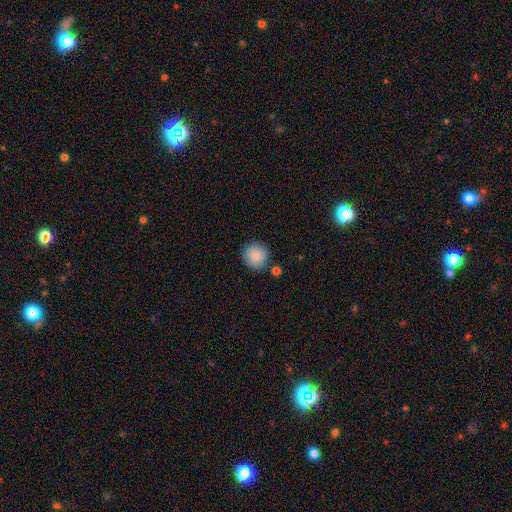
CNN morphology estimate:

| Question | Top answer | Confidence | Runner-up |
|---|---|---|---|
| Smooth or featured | smooth | 88% | star or artifact (7%) |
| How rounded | round | 94% | in between (5%) |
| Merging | none | 84% | minor disturbance (9%) |